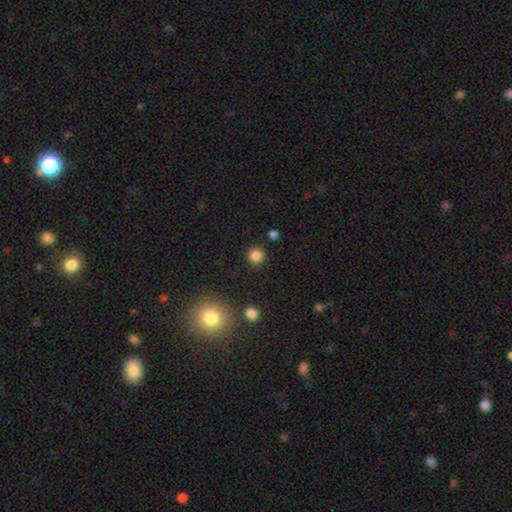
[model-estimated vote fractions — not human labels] This is clearly a smooth galaxy (84%). How rounded: clearly round (93%). Merging: clearly none (89%).